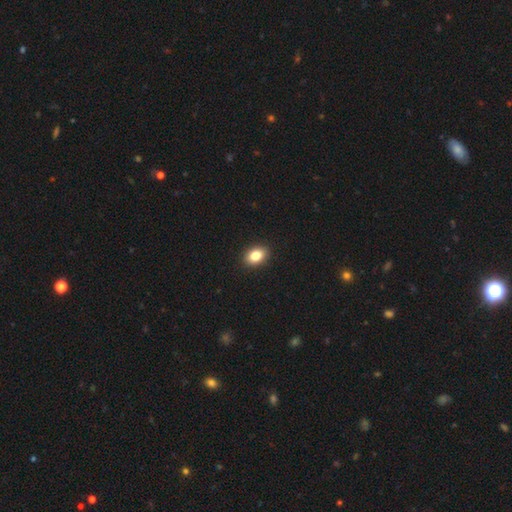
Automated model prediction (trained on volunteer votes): Overall: smooth (84%). How rounded: in between (77%). Merging: none (91%).